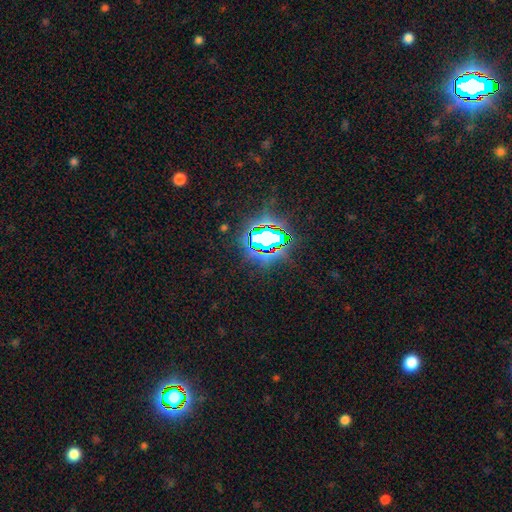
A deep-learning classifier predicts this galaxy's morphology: Q: Smooth or featured?
A: star or artifact (82%); runner-up: smooth (10%)